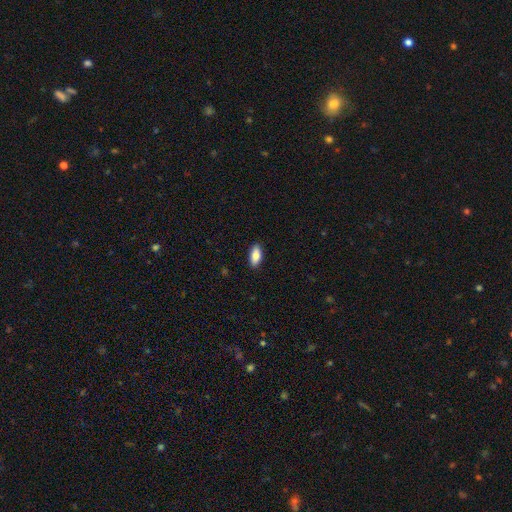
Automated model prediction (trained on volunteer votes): The model was most divided on "smooth or featured": smooth: 83%, featured or disk: 10%, star or artifact: 6%. More confident: merging — none (90%); how rounded — in between (86%).